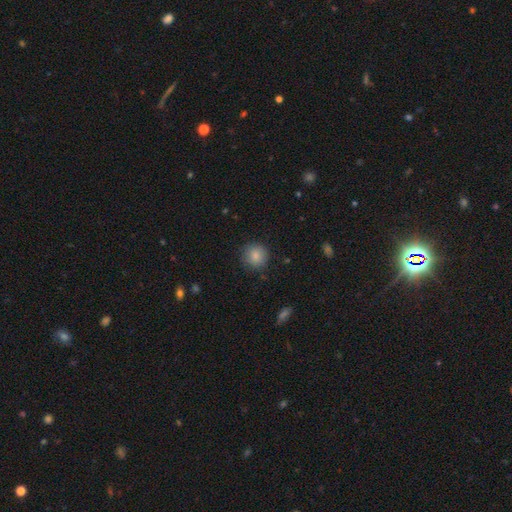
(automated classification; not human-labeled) A smooth galaxy with no disk features (85%) that is round (91%). Merging: none (86%).